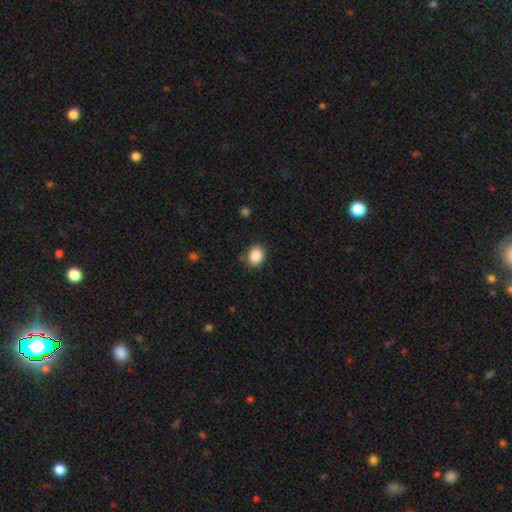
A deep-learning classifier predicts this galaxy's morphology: The model was most divided on "how rounded": round: 53%, in between: 46%, cigar-shaped: 1%. More confident: smooth or featured — smooth (88%); merging — none (84%).